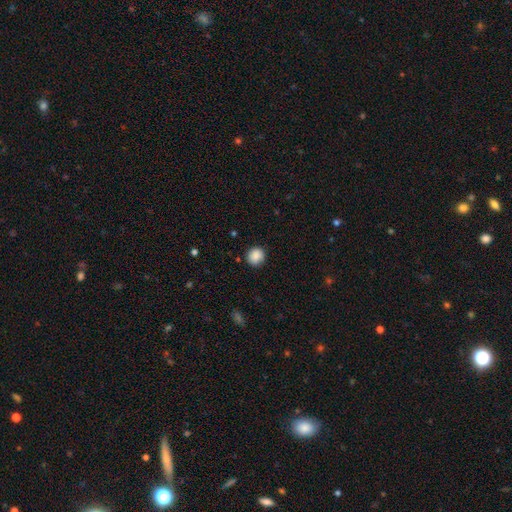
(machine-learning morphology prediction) Overall: smooth (87%). How rounded: round (89%). Merging: none (86%).